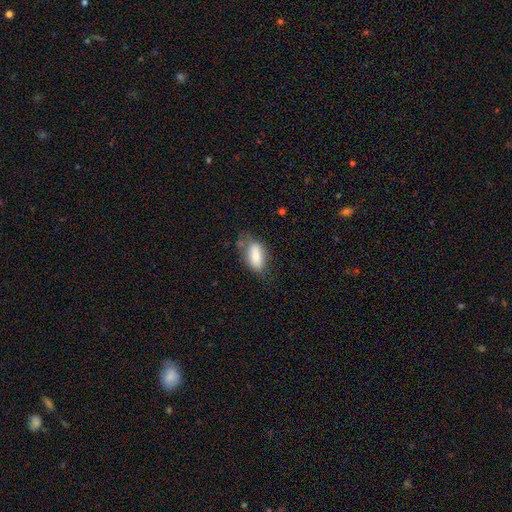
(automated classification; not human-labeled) Smooth or featured? smooth (75%)
How rounded? in between (86%)
Merging? none (54%)